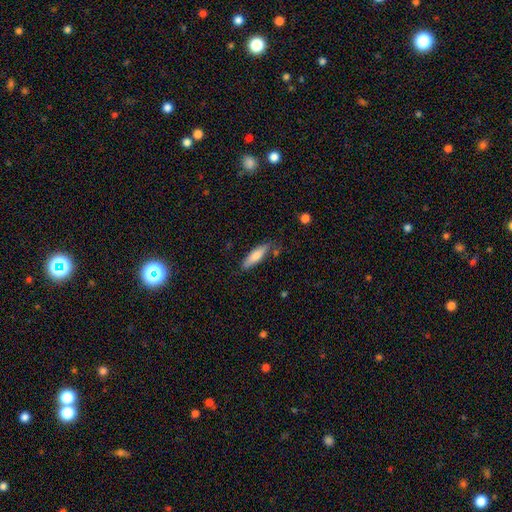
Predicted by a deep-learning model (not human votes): smooth-or-featured: smooth: 72% | featured or disk: 22% | star or artifact: 6%
  how-rounded: cigar-shaped: 65% | in between: 33% | round: 2%
  merging: none: 77% | minor disturbance: 16% | merger: 4% | major disturbance: 3%